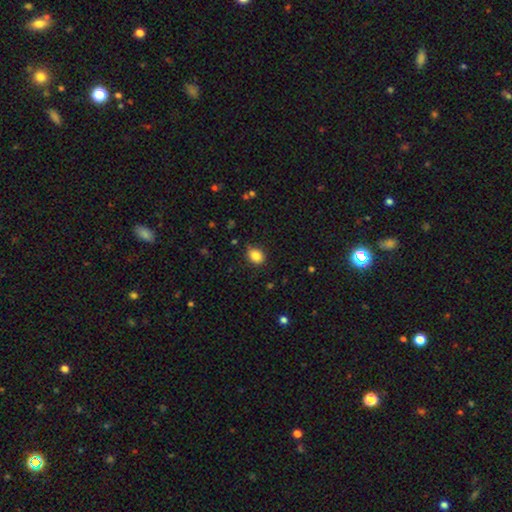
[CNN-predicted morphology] Smooth or featured? Predicted: smooth (p=0.85). How rounded? Predicted: in between (p=0.51). Merging? Predicted: none (p=0.81).